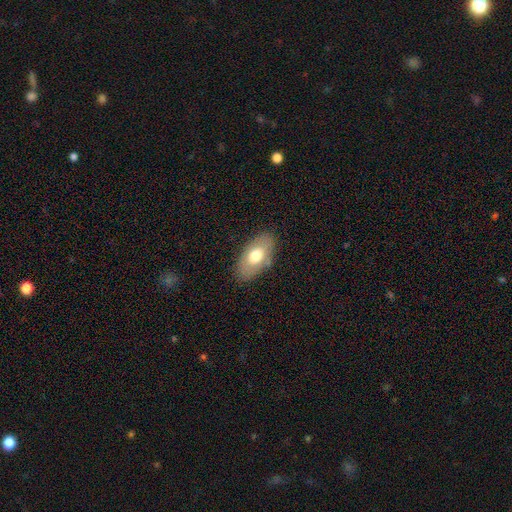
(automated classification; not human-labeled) This appears to be a smooth galaxy with no disk features (68%) that is in between round and cigar-shaped (93%). Merging: none (83%).